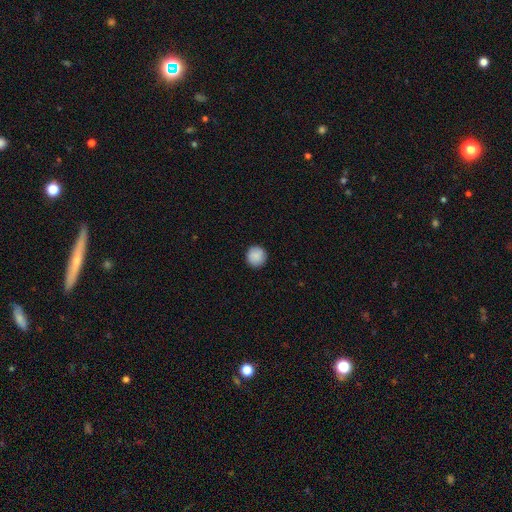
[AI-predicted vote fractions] smooth-or-featured: smooth: 90% | star or artifact: 7% | featured or disk: 3%
  how-rounded: round: 95% | in between: 4% | cigar-shaped: 1%
  merging: none: 92% | minor disturbance: 6% | major disturbance: 2% | merger: 1%